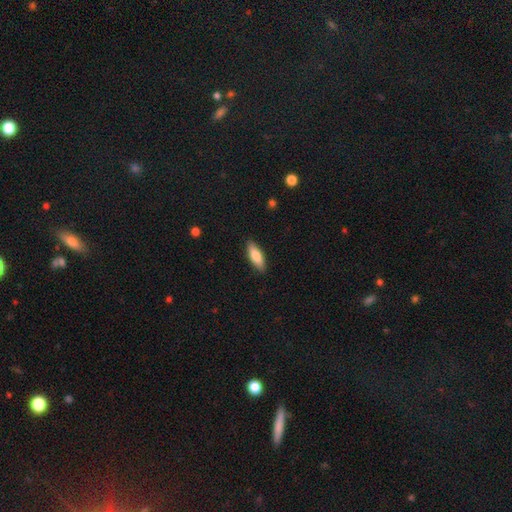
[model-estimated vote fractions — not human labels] smooth_or_featured: smooth (p=0.81) [alt: featured or disk p=0.14]
how_rounded: in between (p=0.60) [alt: cigar-shaped p=0.39]
merging: none (p=0.88) [alt: minor disturbance p=0.09]